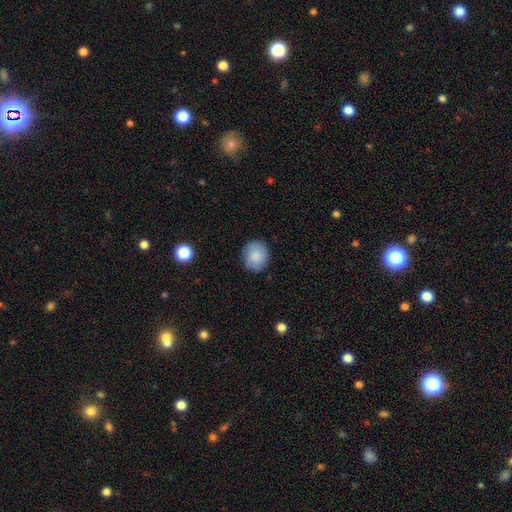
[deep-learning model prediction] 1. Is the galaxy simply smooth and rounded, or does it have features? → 86% smooth, 7% featured or disk, 7% star or artifact.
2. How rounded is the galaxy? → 72% round, 27% in between, 1% cigar-shaped.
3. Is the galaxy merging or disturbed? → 84% none, 12% minor disturbance, 3% major disturbance, 1% merger.